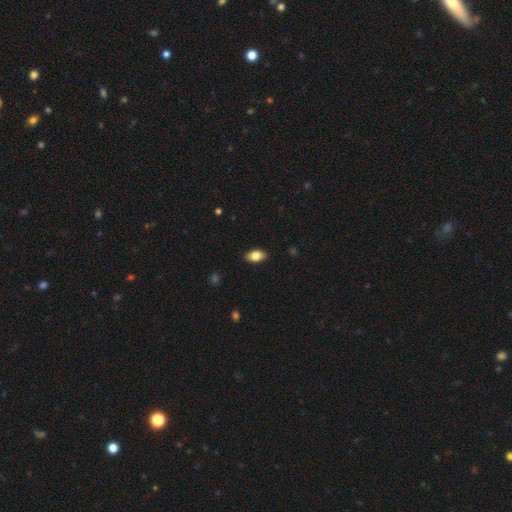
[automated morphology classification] A smooth galaxy with no disk features (84%) that is in between round and cigar-shaped (91%). Merging: none (88%).